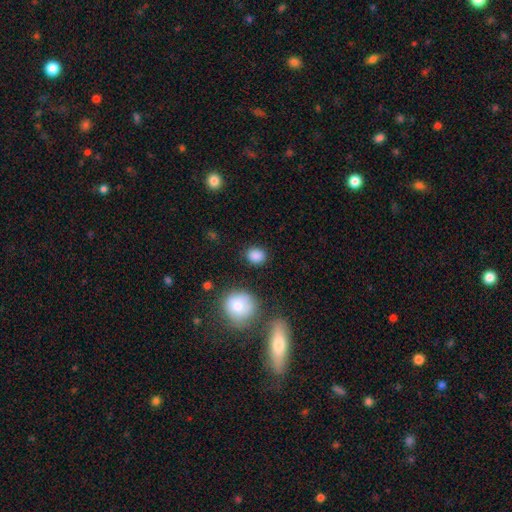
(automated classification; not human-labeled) smooth 86%, star or artifact 10%, featured or disk 4%. Down the decision tree: how rounded — round (59%); merging — none (83%).